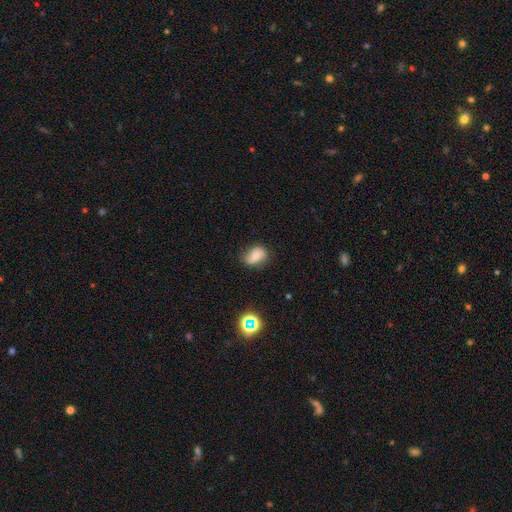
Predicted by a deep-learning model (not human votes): This appears to be a smooth galaxy with no disk features (61%) that is in between round and cigar-shaped (68%). Merging: none (69%).